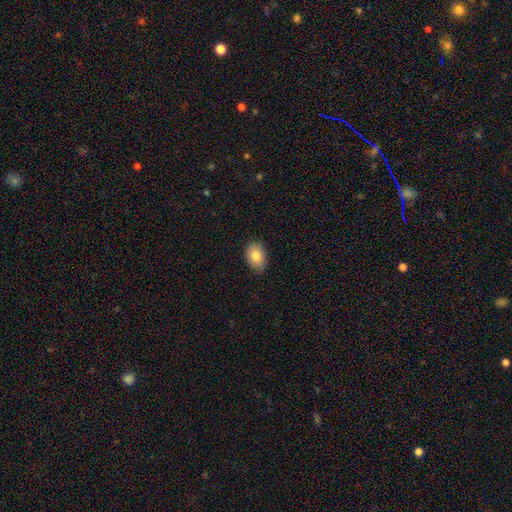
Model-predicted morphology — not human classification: Smooth or featured? smooth (84%)
How rounded? in between (85%)
Merging? none (85%)